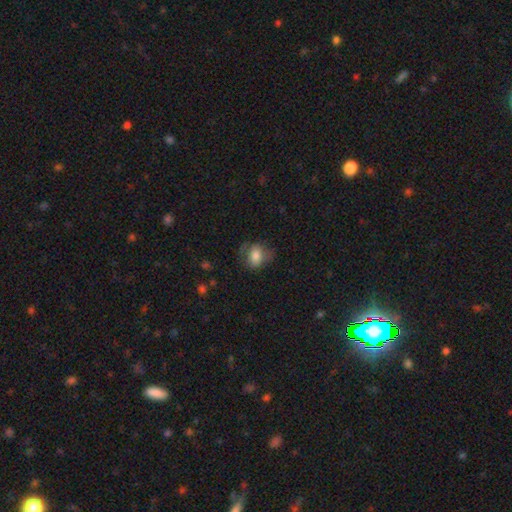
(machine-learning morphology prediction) This appears to be a smooth galaxy with no disk features (74%) that is in between round and cigar-shaped (59%). Merging: none (58%).